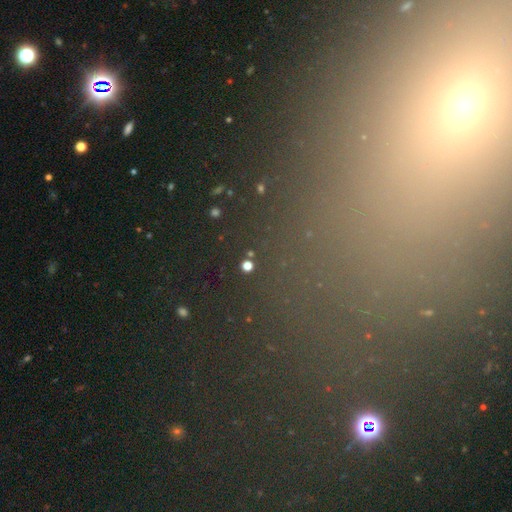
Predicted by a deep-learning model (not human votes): A star or artifact, not a galaxy (70%).